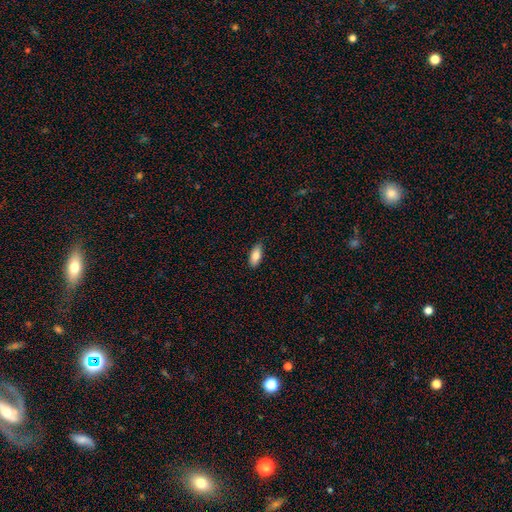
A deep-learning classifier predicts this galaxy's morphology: Overall: smooth (82%). How rounded: in between (86%). Merging: none (85%).